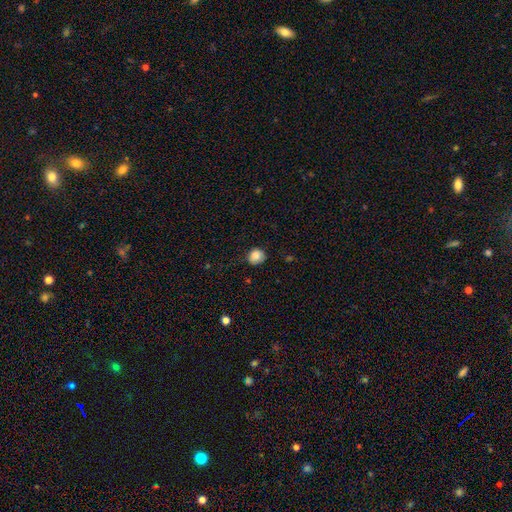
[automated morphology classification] A smooth galaxy with no disk features (85%) that is round (77%). Merging: none (71%).